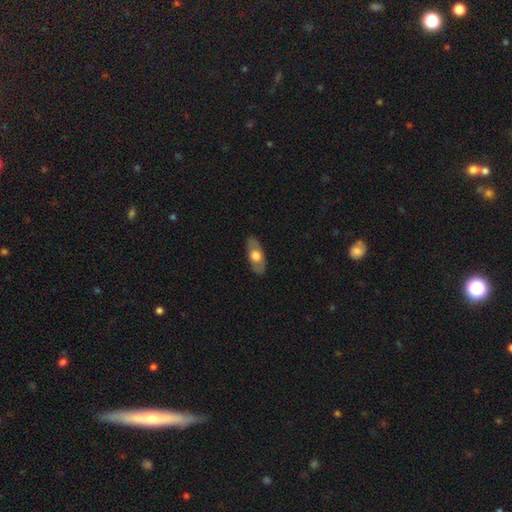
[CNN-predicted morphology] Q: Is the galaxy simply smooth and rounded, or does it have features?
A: smooth — 52%.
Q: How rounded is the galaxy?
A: in between — 83%.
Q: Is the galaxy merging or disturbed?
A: none — 83%.